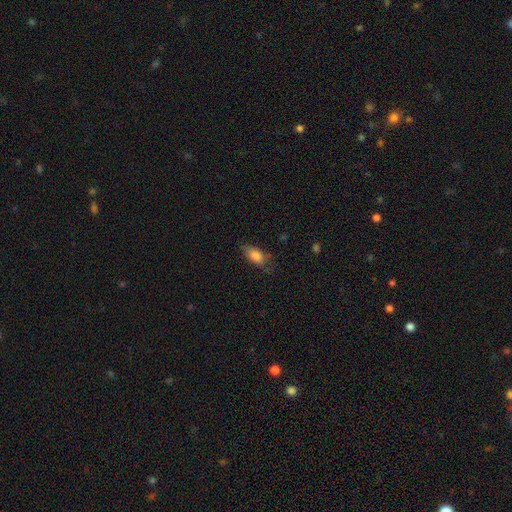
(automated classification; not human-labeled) Overall: smooth (80%). How rounded: in between (86%). Merging: none (63%; minor disturbance 27%).